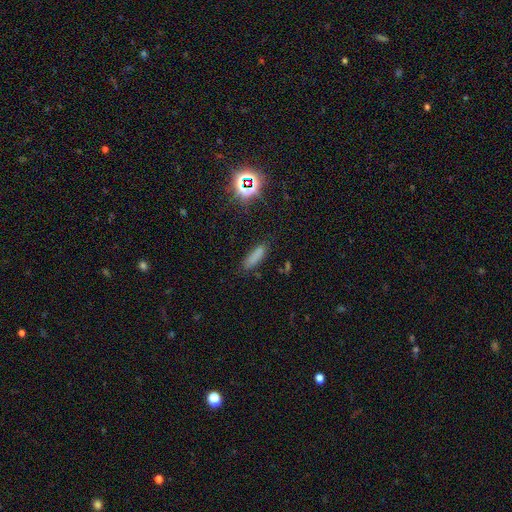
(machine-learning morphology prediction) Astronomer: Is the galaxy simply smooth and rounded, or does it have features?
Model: smooth — 77%.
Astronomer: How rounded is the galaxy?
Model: cigar-shaped — 64%.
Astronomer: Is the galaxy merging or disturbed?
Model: none — 79%.